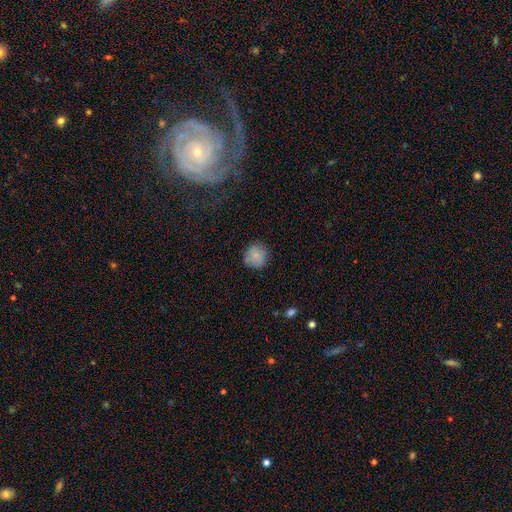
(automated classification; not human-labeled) Smooth or featured? Predicted: smooth (p=0.81). How rounded? Predicted: round (p=0.90). Merging? Predicted: none (p=0.81).